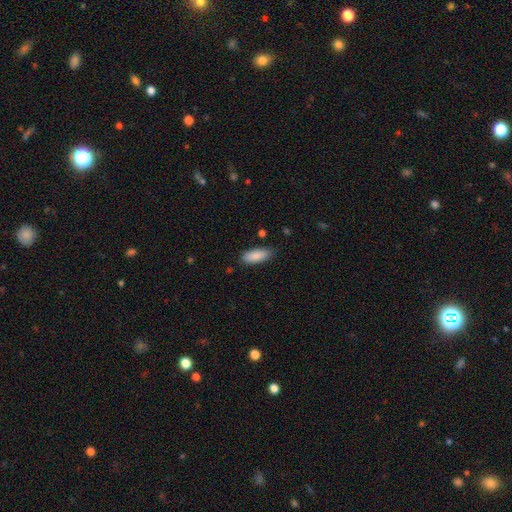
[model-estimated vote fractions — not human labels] This appears to be a smooth galaxy with no disk features (88%) that is in between round and cigar-shaped (78%). Merging: none (82%).